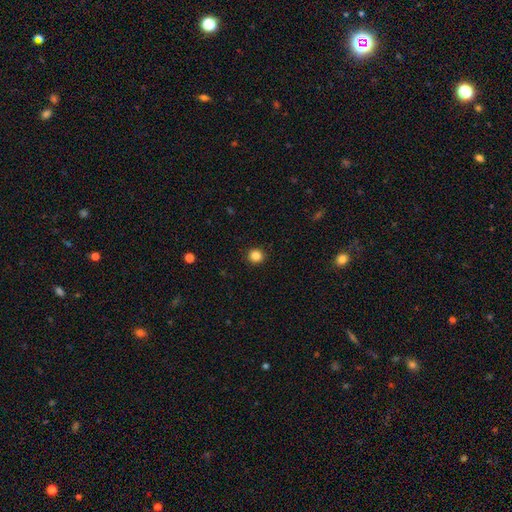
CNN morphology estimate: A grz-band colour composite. It shows a smooth galaxy with no disk features (85%) that is round (92%). Merging: none (92%).